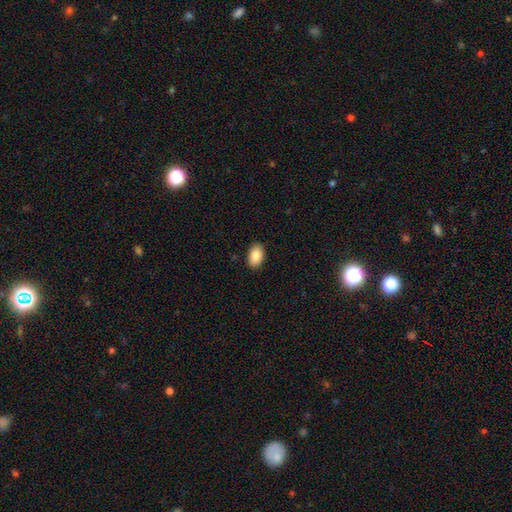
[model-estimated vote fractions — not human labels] This appears to be a smooth galaxy with no disk features (89%) that is in between round and cigar-shaped (92%). Merging: none (88%).